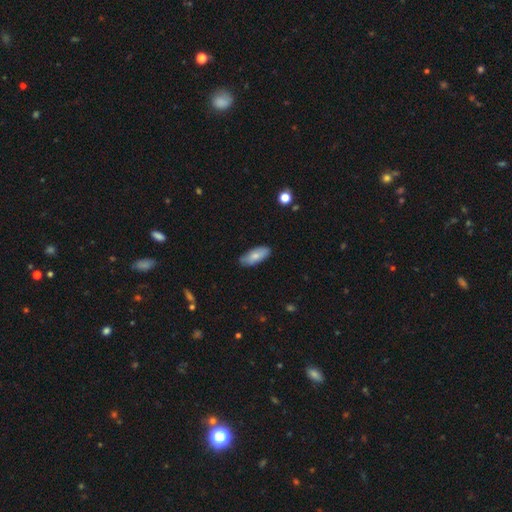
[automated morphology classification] This is likely a smooth galaxy (76%). How rounded: clearly in between (83%). Merging: likely none (79%).